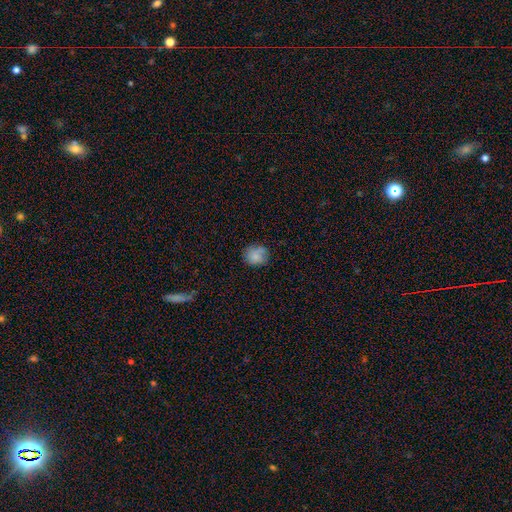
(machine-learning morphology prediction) type=smooth (79%); roundness=round (78%); merging=none (73%).